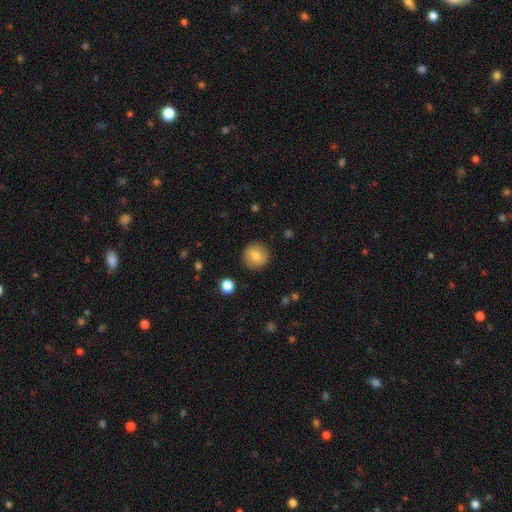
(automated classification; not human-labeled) Overall: smooth (78%). How rounded: round (92%). Merging: none (89%).